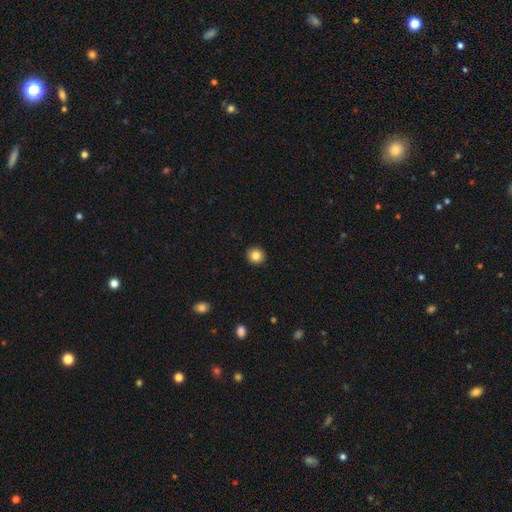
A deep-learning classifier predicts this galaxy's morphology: The model was most divided on "smooth or featured": smooth: 84%, star or artifact: 10%, featured or disk: 6%. More confident: merging — none (93%); how rounded — round (93%).